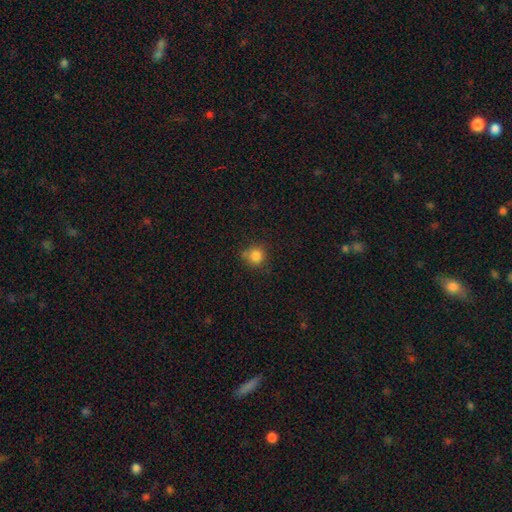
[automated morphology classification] The model was most divided on "merging": none: 71%, minor disturbance: 20%, merger: 5%, major disturbance: 5%. More confident: how rounded — round (89%); smooth or featured — smooth (83%).